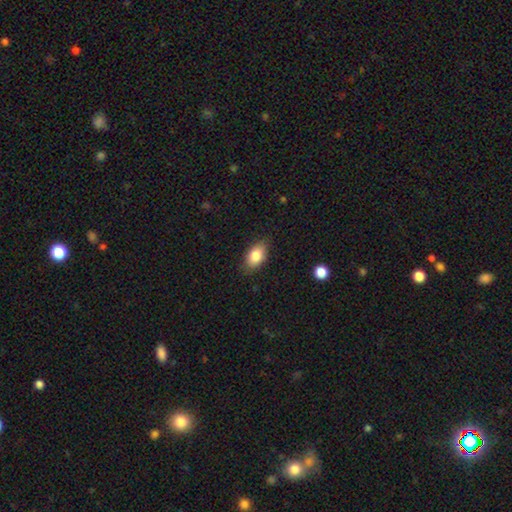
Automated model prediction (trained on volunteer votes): A smooth galaxy with no disk features (83%) that is in between round and cigar-shaped (89%). Merging: none (83%).